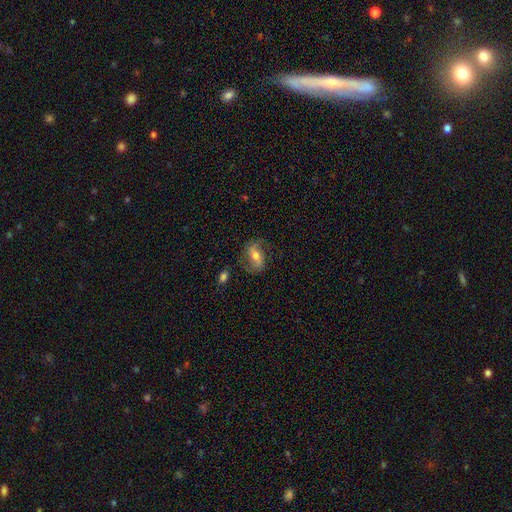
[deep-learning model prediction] Smooth or featured: featured or disk — 60% (smooth — 32%)
Edge-on disk: no — 92% (yes — 8%)
Bar: strong — 41% (weak — 34%)
Spiral arms: yes — 83% (no — 17%)
Bulge size: moderate — 64% (small — 25%)
Merging: none — 69% (minor disturbance — 19%)